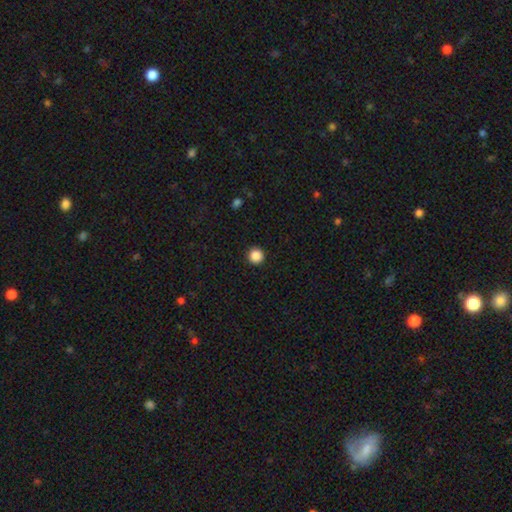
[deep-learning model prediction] A smooth galaxy with no disk features (87%) that is round (96%).

Vote fractions:
- Smooth or featured? smooth: 87% / star or artifact: 10% / featured or disk: 2%
- How rounded? round: 96% / in between: 3% / cigar-shaped: 1%
- Merging? none: 94% / minor disturbance: 4% / major disturbance: 2% / merger: 1%